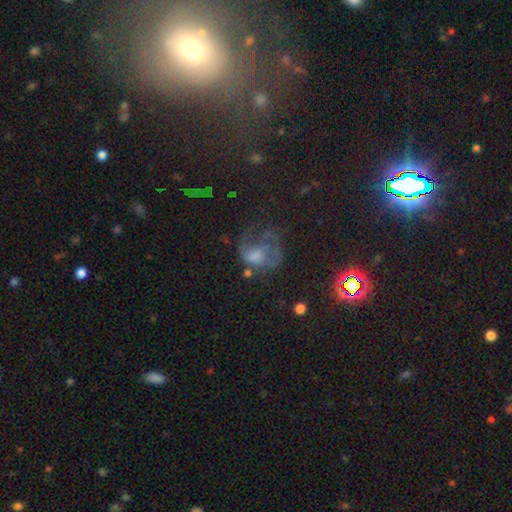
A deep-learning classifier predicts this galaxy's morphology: Smooth or featured? featured or disk (44%)
Merging? major disturbance (41%)